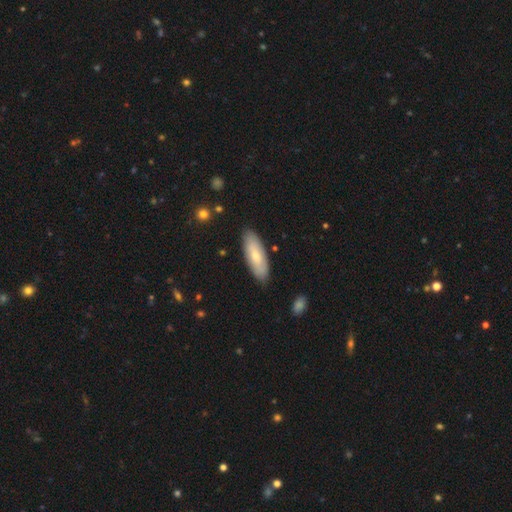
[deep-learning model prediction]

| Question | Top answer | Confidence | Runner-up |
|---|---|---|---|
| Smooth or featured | smooth | 66% | featured or disk (29%) |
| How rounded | in between | 68% | cigar-shaped (30%) |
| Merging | none | 86% | minor disturbance (11%) |